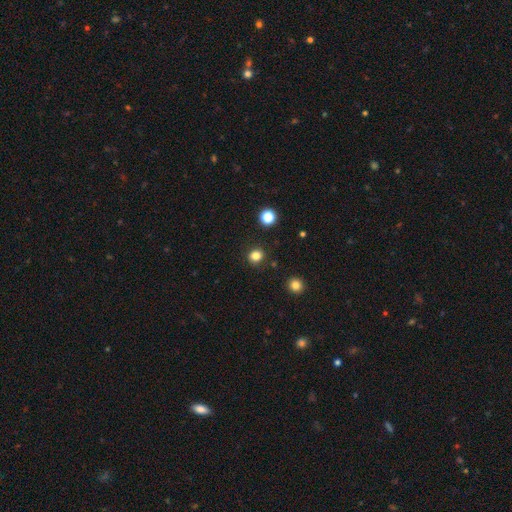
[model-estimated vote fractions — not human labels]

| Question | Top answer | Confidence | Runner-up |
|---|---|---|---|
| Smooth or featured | smooth | 83% | star or artifact (13%) |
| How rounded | round | 84% | in between (15%) |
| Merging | none | 90% | minor disturbance (6%) |